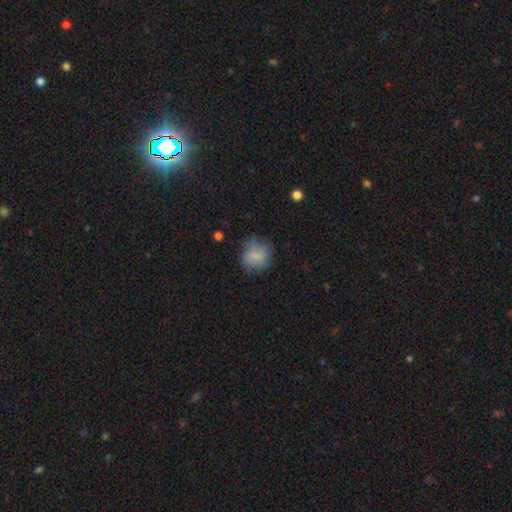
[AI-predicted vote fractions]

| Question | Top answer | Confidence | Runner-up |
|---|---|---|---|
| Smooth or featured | smooth | 72% | featured or disk (20%) |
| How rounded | round | 77% | in between (22%) |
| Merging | none | 63% | minor disturbance (24%) |